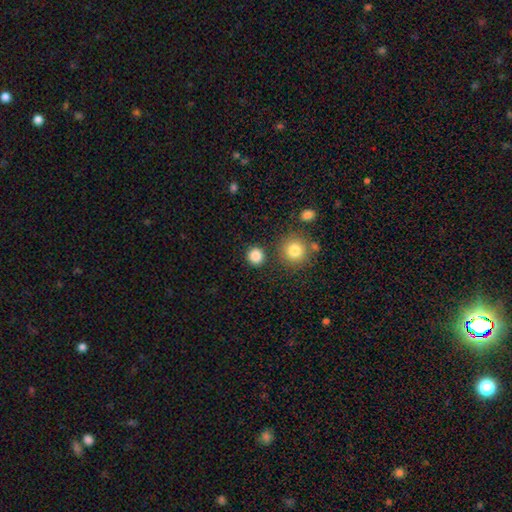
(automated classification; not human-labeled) A smooth galaxy with no disk features (85%) that is round (91%).

Vote fractions:
- Smooth or featured? smooth: 85% / star or artifact: 11% / featured or disk: 4%
- How rounded? round: 91% / in between: 8% / cigar-shaped: 1%
- Merging? none: 87% / minor disturbance: 6% / merger: 4% / major disturbance: 3%